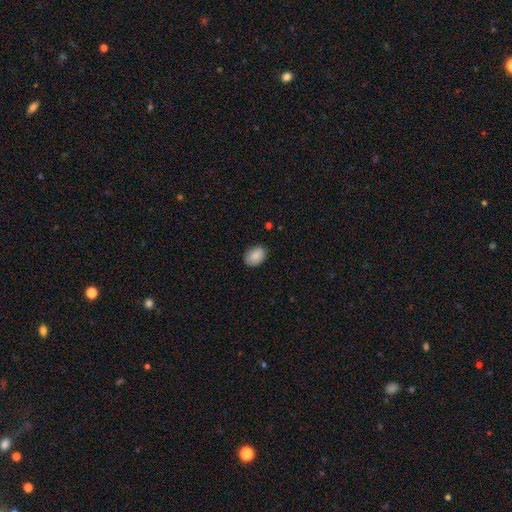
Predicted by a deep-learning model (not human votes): A smooth galaxy with no disk features (88%) that is in between round and cigar-shaped (77%).

Vote fractions:
- Smooth or featured? smooth: 88% / star or artifact: 7% / featured or disk: 5%
- How rounded? in between: 77% / round: 22% / cigar-shaped: 1%
- Merging? none: 84% / minor disturbance: 13% / major disturbance: 2% / merger: 1%